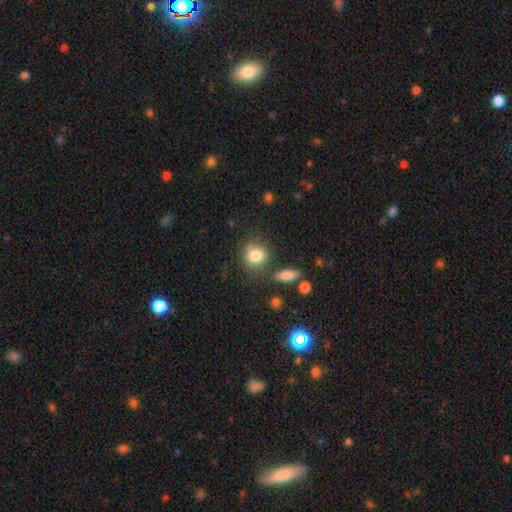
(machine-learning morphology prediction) Overall: smooth (83%). How rounded: round (76%). Merging: none (73%).